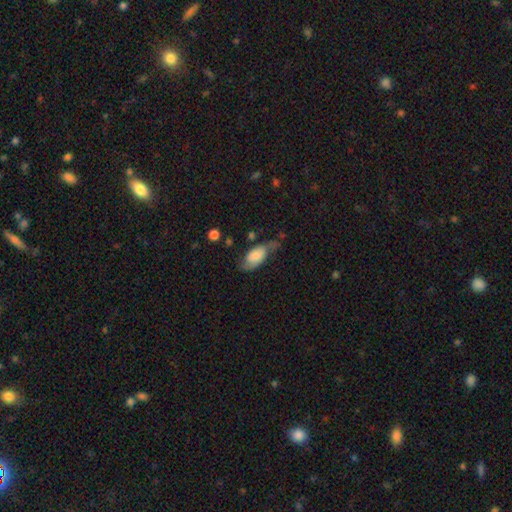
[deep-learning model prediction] Smooth or featured? Predicted: smooth (p=0.59). How rounded? Predicted: in between (p=0.89). Merging? Predicted: none (p=0.44).